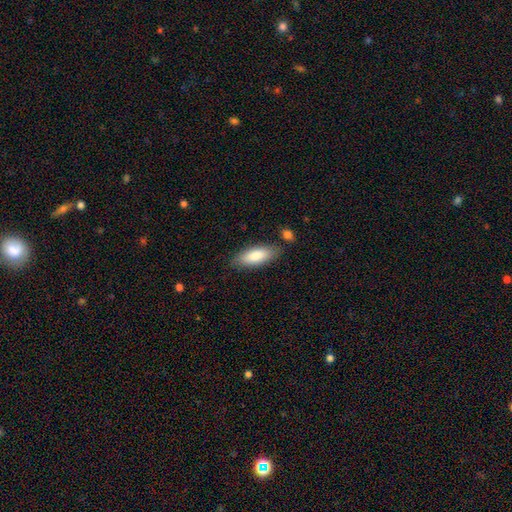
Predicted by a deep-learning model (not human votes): Smooth or featured? Predicted: smooth (p=0.83). How rounded? Predicted: in between (p=0.73). Merging? Predicted: none (p=0.80).